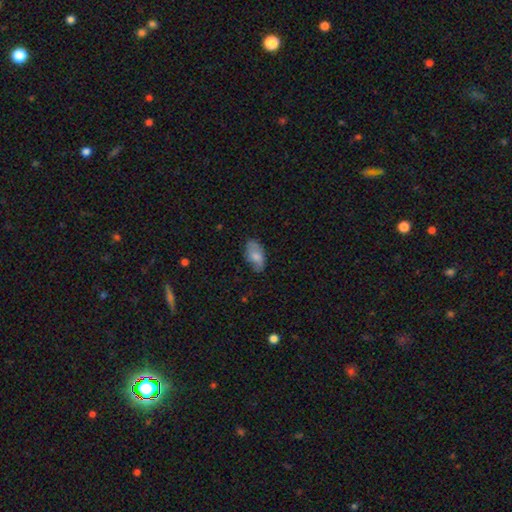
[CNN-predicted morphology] smooth_or_featured: smooth (p=0.72) [alt: featured or disk p=0.21]
how_rounded: in between (p=0.93) [alt: round p=0.04]
merging: none (p=0.69) [alt: minor disturbance p=0.24]